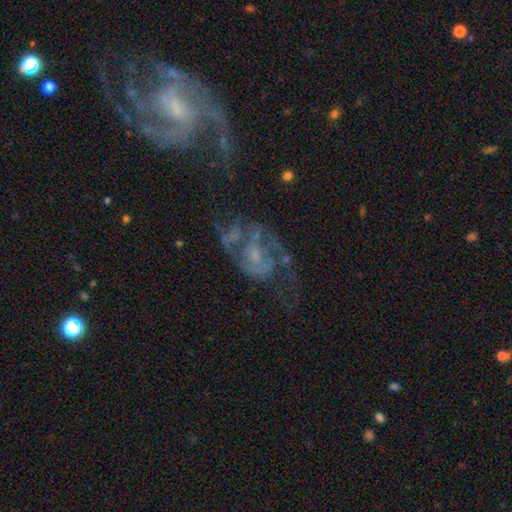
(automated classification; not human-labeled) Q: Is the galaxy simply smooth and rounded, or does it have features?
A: featured or disk — 76%.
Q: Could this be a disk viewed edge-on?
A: no — 97%.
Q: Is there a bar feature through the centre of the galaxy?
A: no — 60%.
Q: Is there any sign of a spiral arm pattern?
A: yes — 79%.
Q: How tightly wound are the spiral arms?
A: medium — 43%.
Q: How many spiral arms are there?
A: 2 — 59%.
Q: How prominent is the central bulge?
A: small — 46%.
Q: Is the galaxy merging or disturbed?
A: none — 40%.